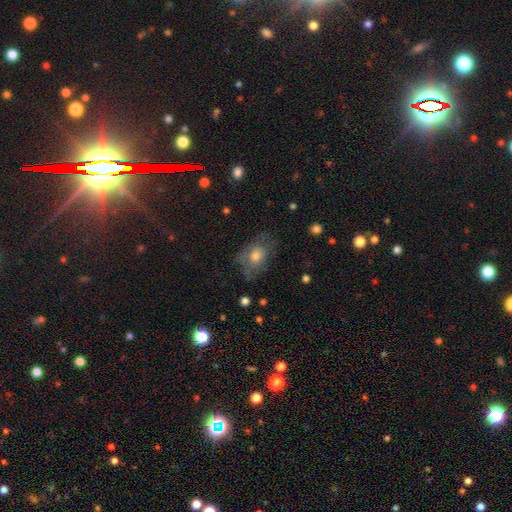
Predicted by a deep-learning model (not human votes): This appears to be a smooth galaxy with no disk features (51%) that is in between round and cigar-shaped (73%). Merging: none (60%).